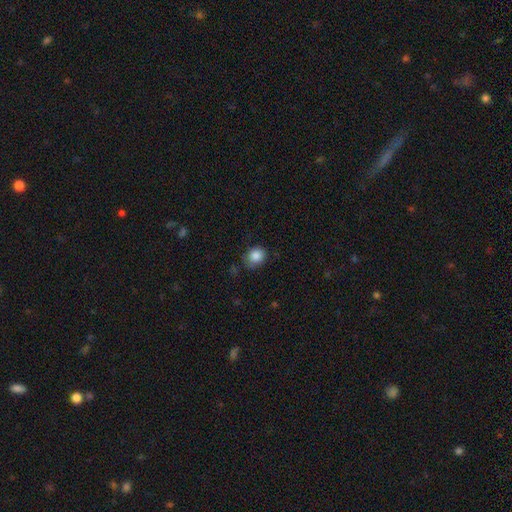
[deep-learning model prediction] Q: Smooth or featured?
A: smooth (86%); runner-up: star or artifact (9%)
Q: How rounded?
A: round (68%); runner-up: in between (32%)
Q: Merging?
A: none (67%); runner-up: minor disturbance (25%)